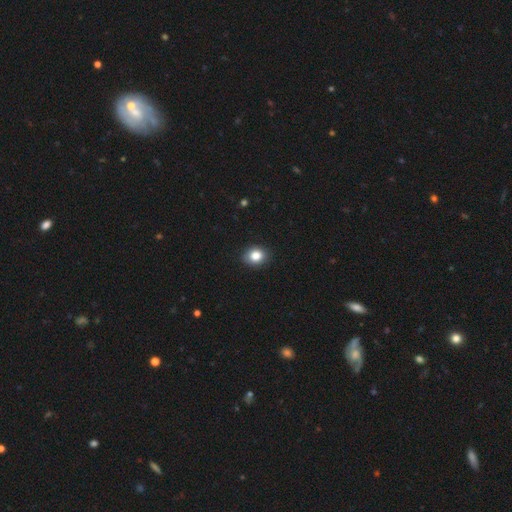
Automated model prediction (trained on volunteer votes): A smooth galaxy with no disk features (84%) that is round (58%).

Vote fractions:
- Smooth or featured? smooth: 84% / star or artifact: 10% / featured or disk: 6%
- How rounded? round: 58% / in between: 41% / cigar-shaped: 1%
- Merging? none: 89% / minor disturbance: 9% / major disturbance: 2% / merger: 1%